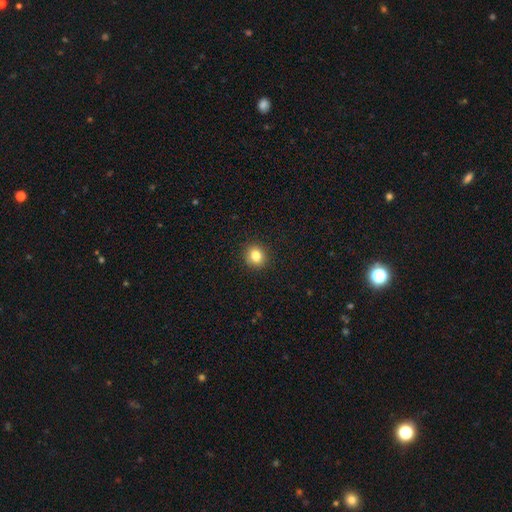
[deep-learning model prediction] Smooth or featured: smooth — 82% (star or artifact — 11%)
How rounded: round — 82% (in between — 17%)
Merging: none — 91% (minor disturbance — 6%)